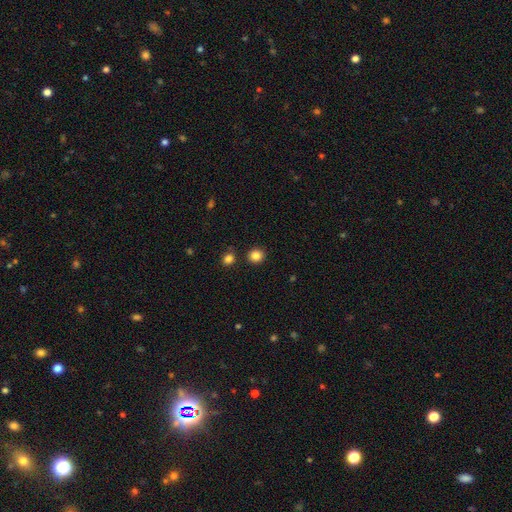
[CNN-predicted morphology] type=smooth (85%); roundness=round (89%); merging=none (88%).